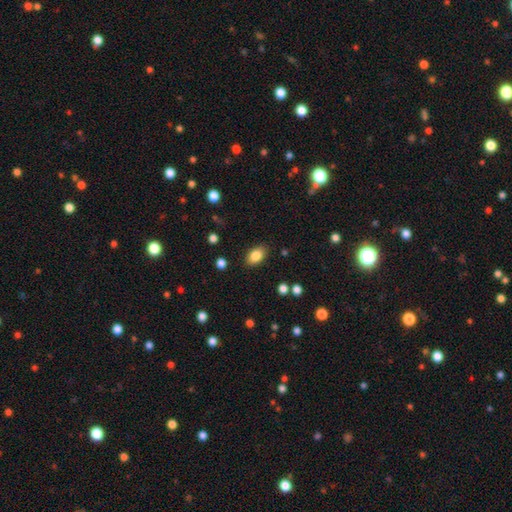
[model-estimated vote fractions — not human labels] Smooth or featured? smooth (84%)
How rounded? in between (89%)
Merging? none (86%)